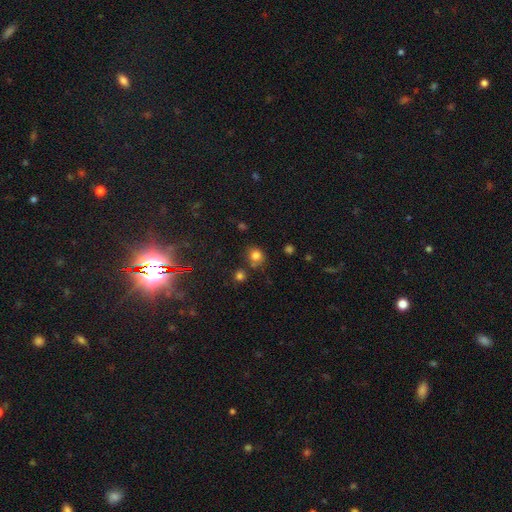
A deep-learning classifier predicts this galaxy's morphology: Smooth or featured: smooth — 79% (star or artifact — 14%)
How rounded: round — 81% (in between — 18%)
Merging: none — 70% (minor disturbance — 14%)